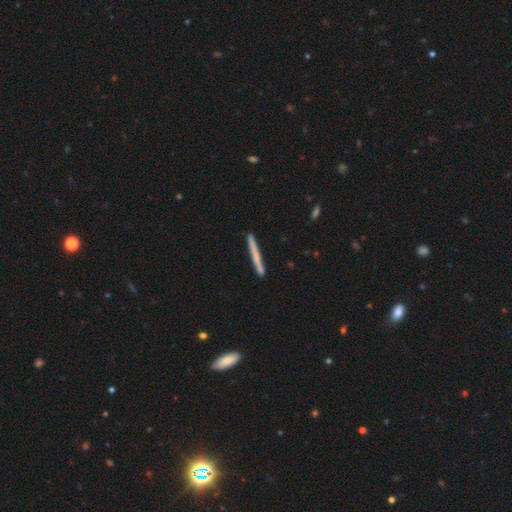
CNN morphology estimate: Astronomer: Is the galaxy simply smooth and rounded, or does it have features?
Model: smooth — 58% (runner-up: featured or disk, 37%).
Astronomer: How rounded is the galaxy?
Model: cigar-shaped — 97%.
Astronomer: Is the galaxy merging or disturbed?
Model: none — 88%.